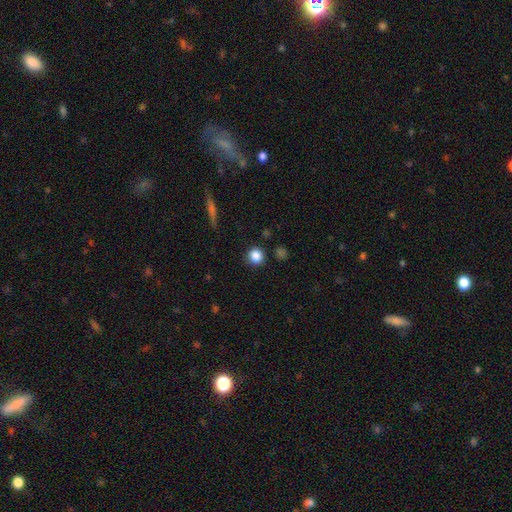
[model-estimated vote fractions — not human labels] smooth 85%, star or artifact 10%, featured or disk 4%. Down the decision tree: how rounded — round (92%); merging — none (87%).